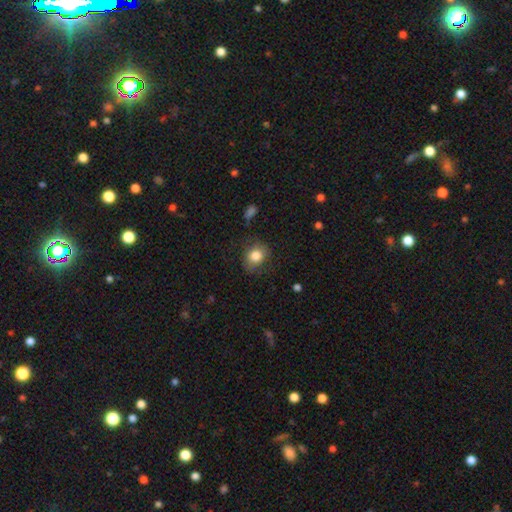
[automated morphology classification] Smooth or featured? Predicted: smooth (p=0.82). How rounded? Predicted: round (p=0.58). Merging? Predicted: none (p=0.73).